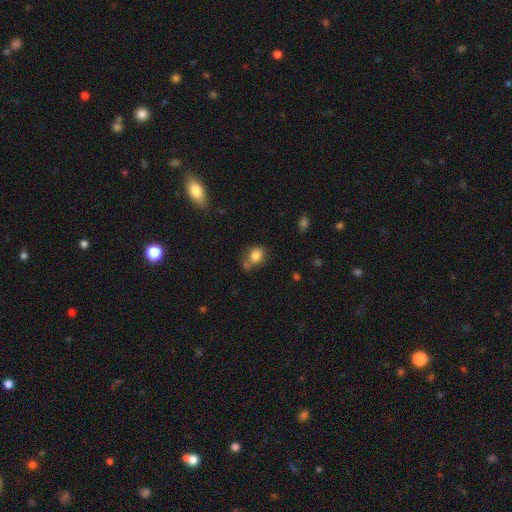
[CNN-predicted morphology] The model was most divided on "how rounded": in between: 50%, round: 49%, cigar-shaped: 1%. More confident: smooth or featured — smooth (82%); merging — none (57%).